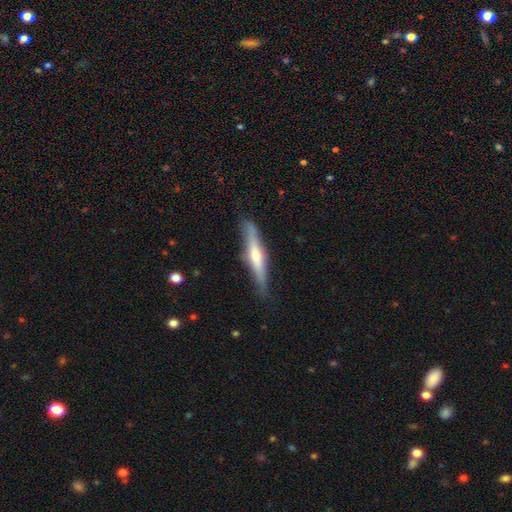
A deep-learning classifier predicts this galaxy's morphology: Smooth or featured: featured or disk — 58% (smooth — 35%)
Edge-on disk: yes — 93% (no — 7%)
Edge-on bulge: rounded — 78% (none — 13%)
Merging: none — 84% (minor disturbance — 13%)